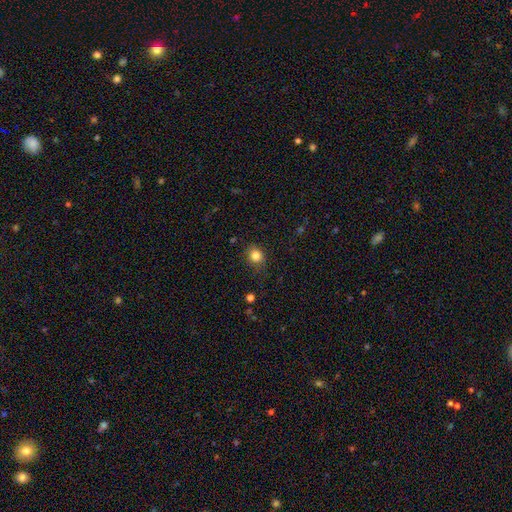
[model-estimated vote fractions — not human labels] Smooth or featured? Predicted: smooth (p=0.83). How rounded? Predicted: round (p=0.73). Merging? Predicted: none (p=0.82).